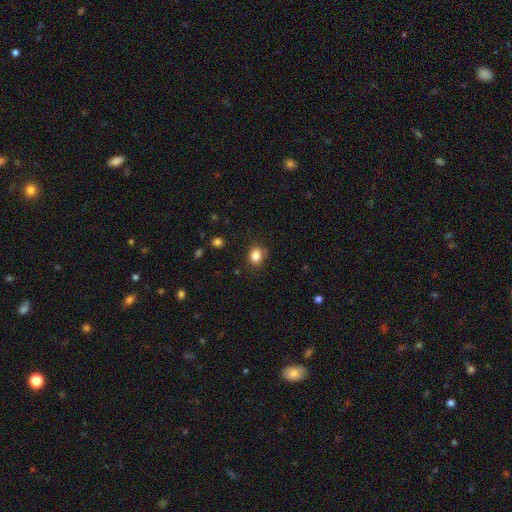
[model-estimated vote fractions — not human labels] Q: Smooth or featured?
A: smooth (85%); runner-up: star or artifact (11%)
Q: How rounded?
A: round (55%); runner-up: in between (44%)
Q: Merging?
A: none (78%); runner-up: minor disturbance (16%)